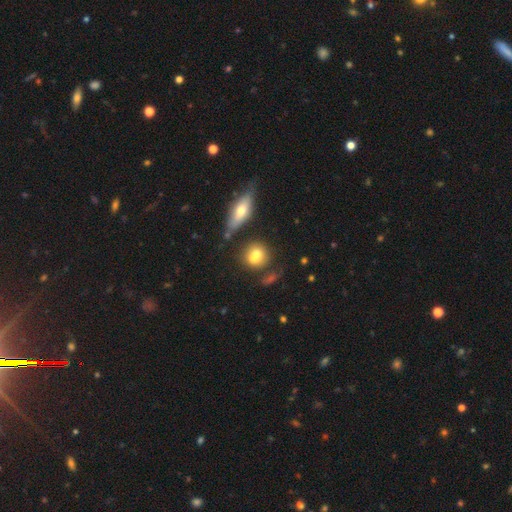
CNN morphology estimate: type=smooth (70%); roundness=round (76%); merging=none (45%).